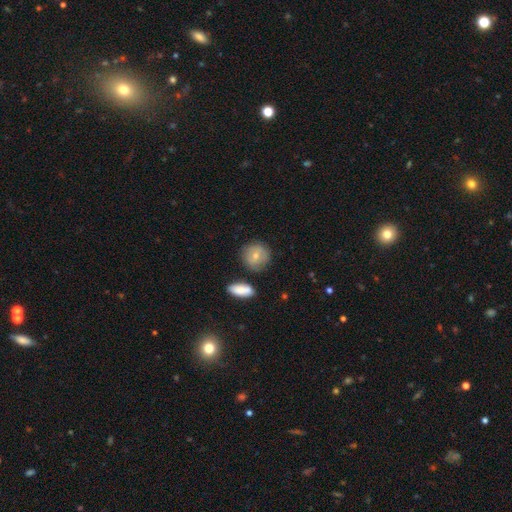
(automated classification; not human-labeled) Morphology: type=smooth (68%); roundness=round (87%); merging=none (76%).